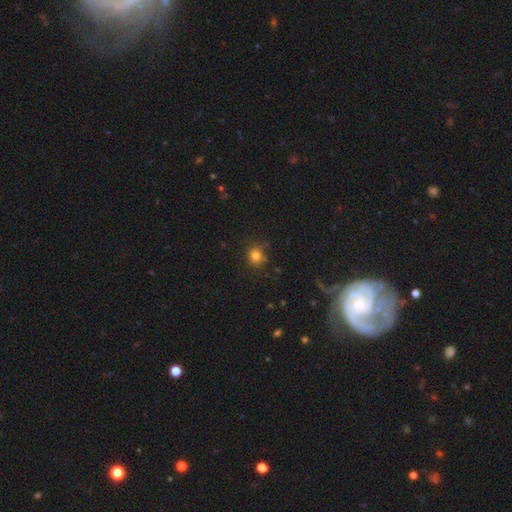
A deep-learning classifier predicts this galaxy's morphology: A smooth galaxy with no disk features (81%) that is round (89%).

Vote fractions:
- Smooth or featured? smooth: 81% / star or artifact: 14% / featured or disk: 6%
- How rounded? round: 89% / in between: 10% / cigar-shaped: 1%
- Merging? none: 83% / minor disturbance: 11% / major disturbance: 3% / merger: 2%